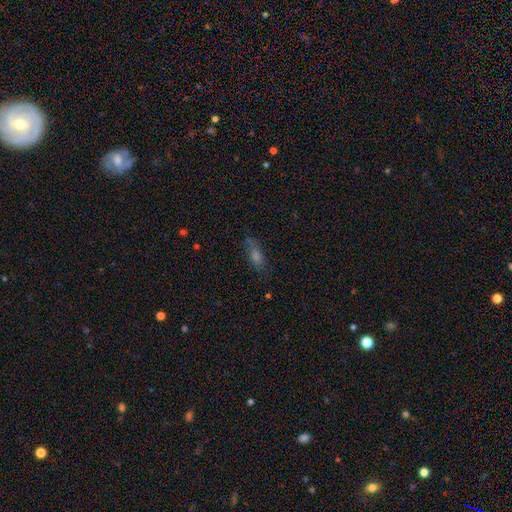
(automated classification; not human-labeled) Smooth or featured? Predicted: smooth (p=0.45). Merging? Predicted: none (p=0.71).